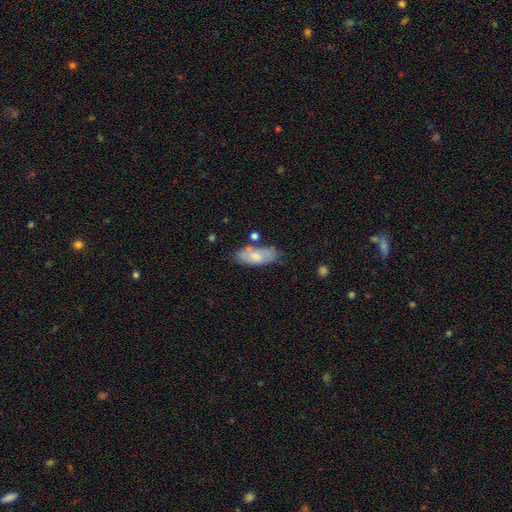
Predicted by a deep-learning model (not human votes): Smooth or featured?
  - smooth: 71% *
  - featured or disk: 23%
  - star or artifact: 6%
How rounded?
  - in between: 81% *
  - cigar-shaped: 17%
  - round: 2%
Merging?
  - none: 67% *
  - minor disturbance: 20%
  - merger: 9%
  - major disturbance: 5%